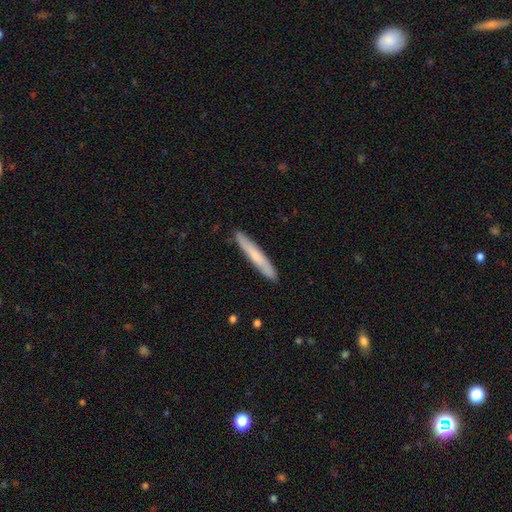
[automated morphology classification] Smooth or featured: smooth — 65% (featured or disk — 30%)
How rounded: cigar-shaped — 96% (in between — 3%)
Merging: none — 89% (minor disturbance — 8%)